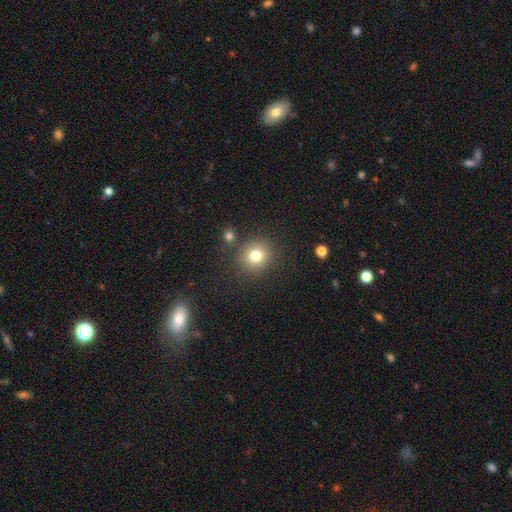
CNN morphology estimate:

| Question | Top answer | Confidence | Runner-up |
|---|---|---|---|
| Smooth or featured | smooth | 79% | star or artifact (13%) |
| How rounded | round | 86% | in between (13%) |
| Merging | none | 82% | minor disturbance (9%) |